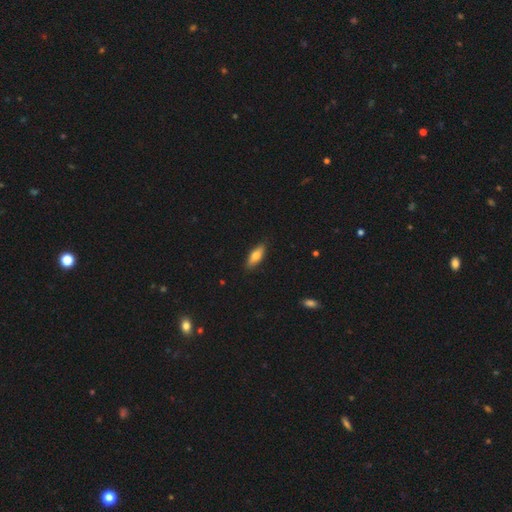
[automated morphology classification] Overall: smooth (72%). How rounded: in between (65%; cigar-shaped 33%). Merging: none (87%).